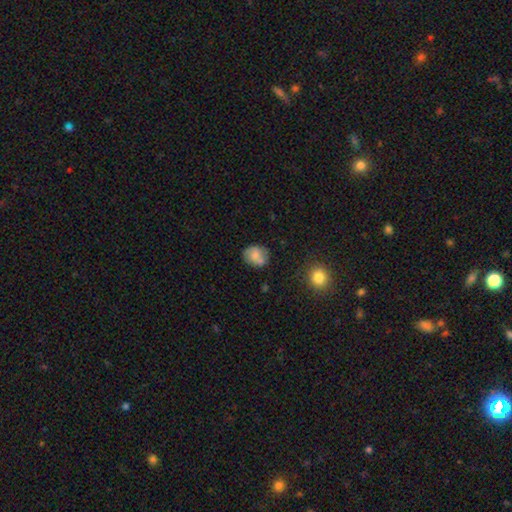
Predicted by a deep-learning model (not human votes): Overall: smooth (72%). How rounded: round (61%; in between 38%). Merging: none (56%; merger 20%).